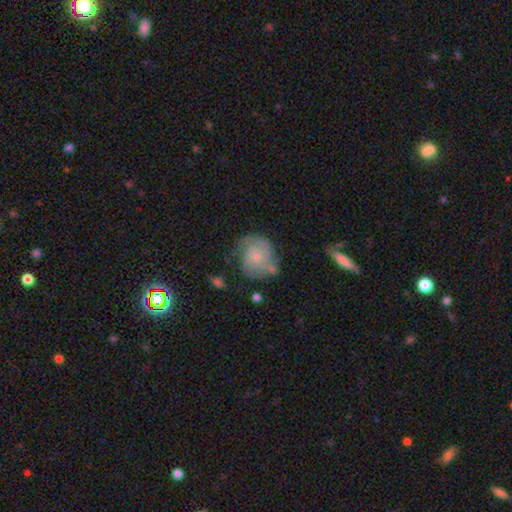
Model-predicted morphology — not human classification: Smooth or featured? featured or disk (66%)
Edge-on disk? no (97%)
Bar? no (79%)
Spiral arms? yes (89%)
Spiral winding? tight (53%)
Spiral arm count? 2 (47%)
Bulge size? small (66%)
Merging? none (62%)